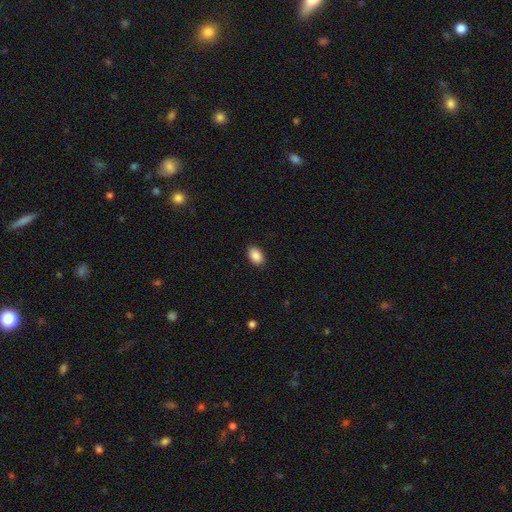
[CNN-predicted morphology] Smooth or featured?
  - smooth: 89% *
  - star or artifact: 7%
  - featured or disk: 3%
How rounded?
  - in between: 88% *
  - round: 11%
  - cigar-shaped: 1%
Merging?
  - none: 89% *
  - minor disturbance: 8%
  - major disturbance: 2%
  - merger: 1%